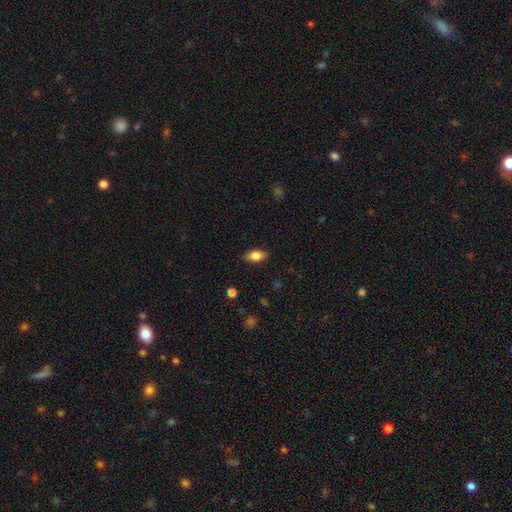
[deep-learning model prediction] This is clearly a smooth galaxy (81%). How rounded: clearly in between (88%). Merging: clearly none (86%).